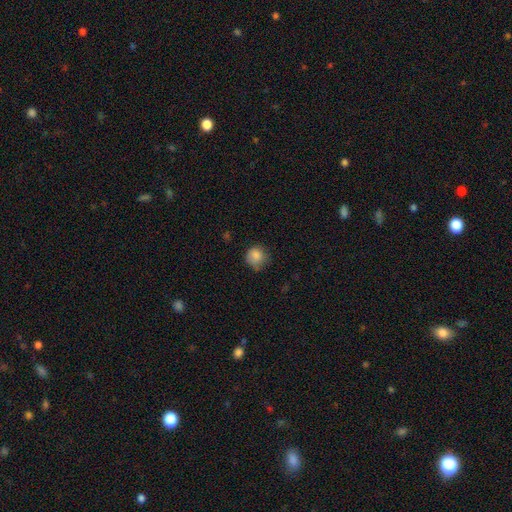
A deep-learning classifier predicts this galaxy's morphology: Smooth or featured? smooth (84%)
How rounded? round (88%)
Merging? none (65%)